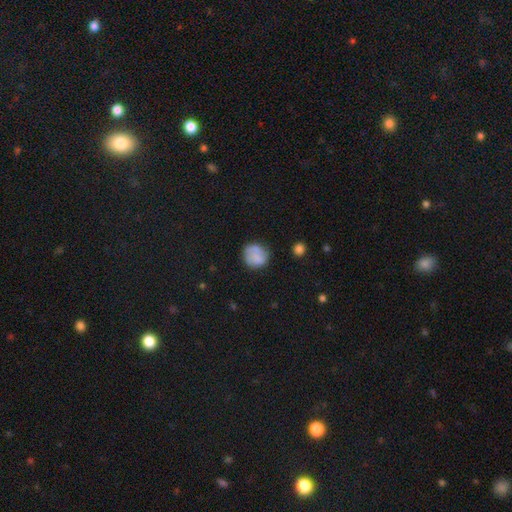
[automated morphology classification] smooth-or-featured: smooth: 74% | featured or disk: 18% | star or artifact: 8%
  how-rounded: round: 84% | in between: 15% | cigar-shaped: 1%
  merging: none: 67% | minor disturbance: 21% | major disturbance: 7% | merger: 5%